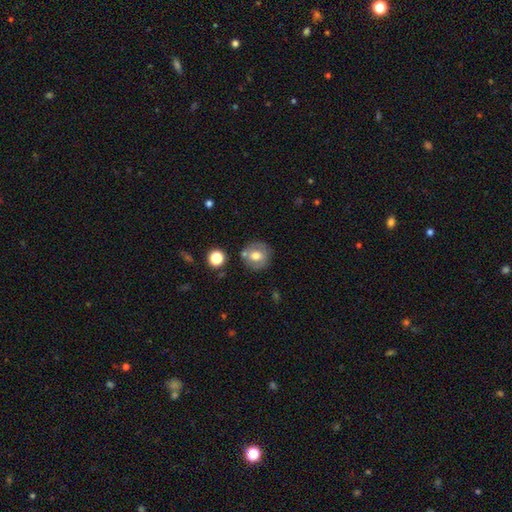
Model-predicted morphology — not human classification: A smooth galaxy with no disk features (65%) that is round (89%).

Vote fractions:
- Smooth or featured? smooth: 65% / featured or disk: 25% / star or artifact: 10%
- How rounded? round: 89% / in between: 10% / cigar-shaped: 1%
- Merging? none: 74% / minor disturbance: 12% / merger: 10% / major disturbance: 3%